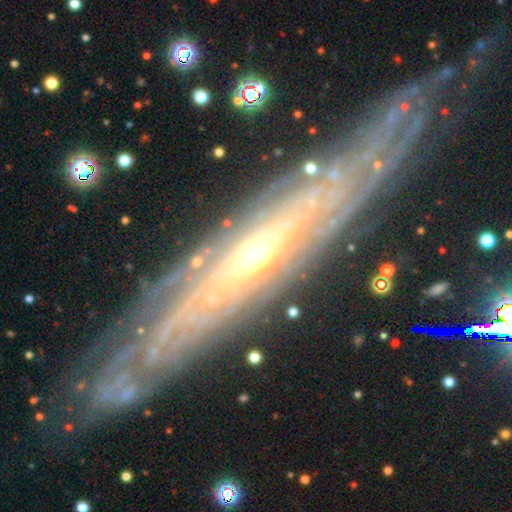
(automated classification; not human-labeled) Smooth or featured? Predicted: featured or disk (p=0.77). Edge-on disk? Predicted: yes (p=0.70). Edge-on bulge? Predicted: rounded (p=0.61). Merging? Predicted: none (p=0.83).